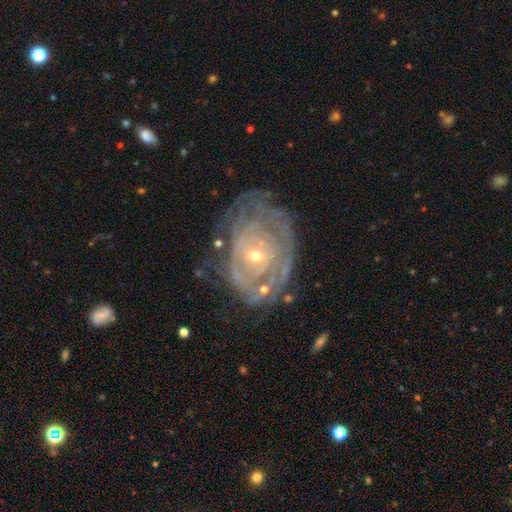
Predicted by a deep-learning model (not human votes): Smooth or featured? featured or disk (81%)
Edge-on disk? no (96%)
Bar? no (74%)
Spiral arms? yes (78%)
Spiral winding? tight (76%)
Spiral arm count? can't tell (59%)
Bulge size? small (69%)
Merging? none (58%)